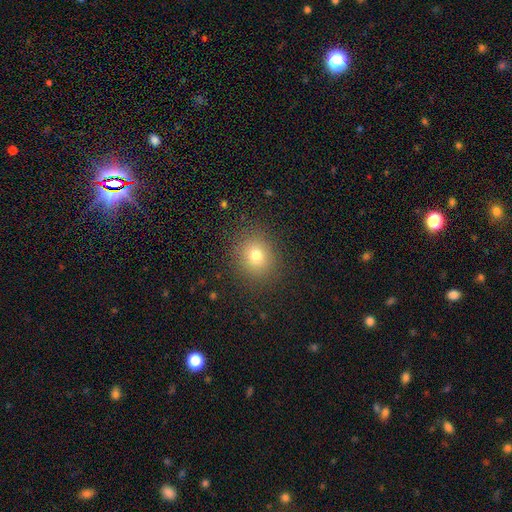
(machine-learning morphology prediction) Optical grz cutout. It shows a smooth galaxy with no disk features (77%) that is round (77%). Merging: none (88%).